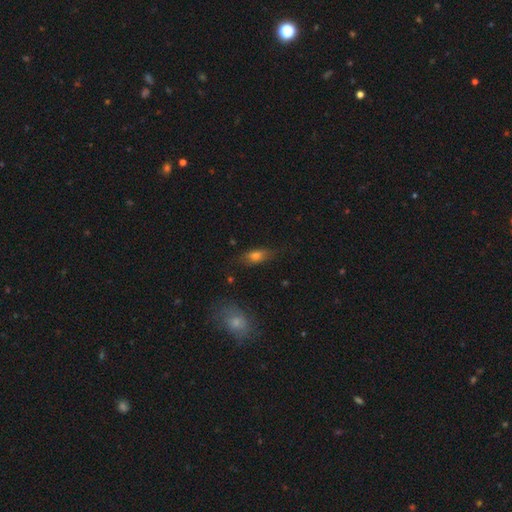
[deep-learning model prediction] smooth 65%, featured or disk 23%, star or artifact 12%. Down the decision tree: how rounded — in between (69%); merging — none (73%).